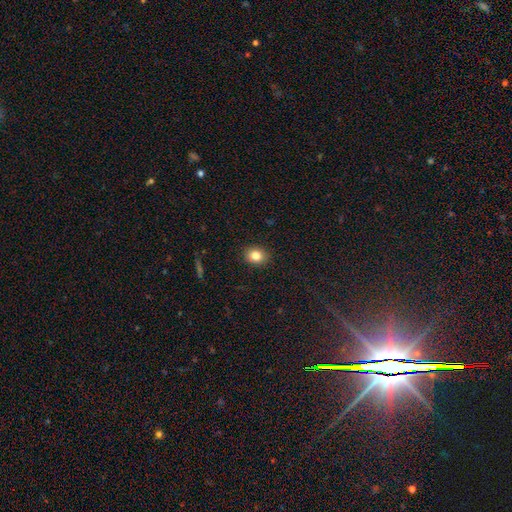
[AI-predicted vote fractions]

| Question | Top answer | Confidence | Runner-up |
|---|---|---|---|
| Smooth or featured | smooth | 83% | star or artifact (10%) |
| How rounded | round | 52% | in between (47%) |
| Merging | none | 89% | minor disturbance (8%) |